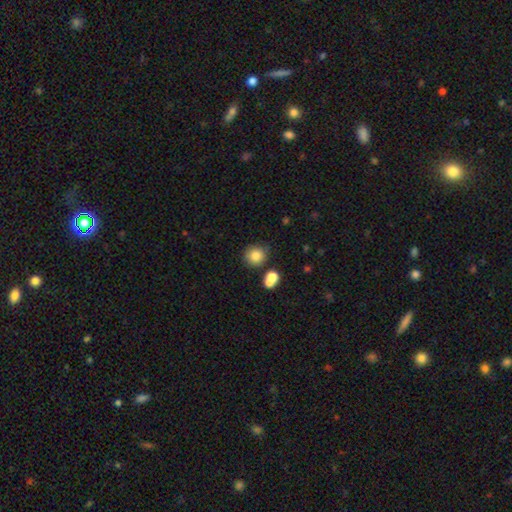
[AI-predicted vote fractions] Smooth or featured?
  - smooth: 83% *
  - star or artifact: 10%
  - featured or disk: 7%
How rounded?
  - round: 88% *
  - in between: 11%
  - cigar-shaped: 1%
Merging?
  - none: 74% *
  - minor disturbance: 12%
  - merger: 11%
  - major disturbance: 3%